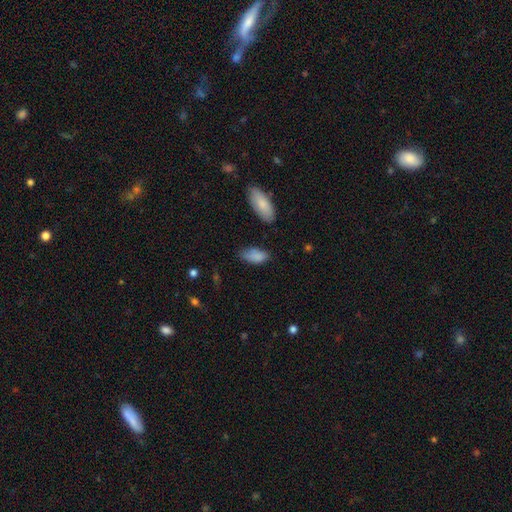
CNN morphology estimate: smooth-or-featured: smooth: 84% | featured or disk: 8% | star or artifact: 8%
  how-rounded: in between: 90% | cigar-shaped: 7% | round: 3%
  merging: none: 61% | minor disturbance: 28% | major disturbance: 7% | merger: 4%